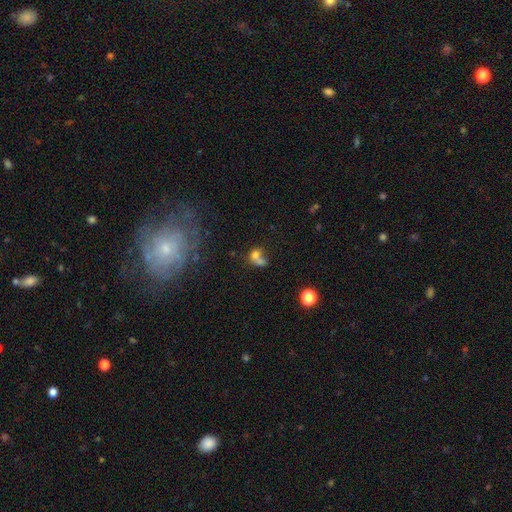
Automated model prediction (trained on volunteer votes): A smooth galaxy with no disk features (64%) that is round (54%). Merging: merger (57%).